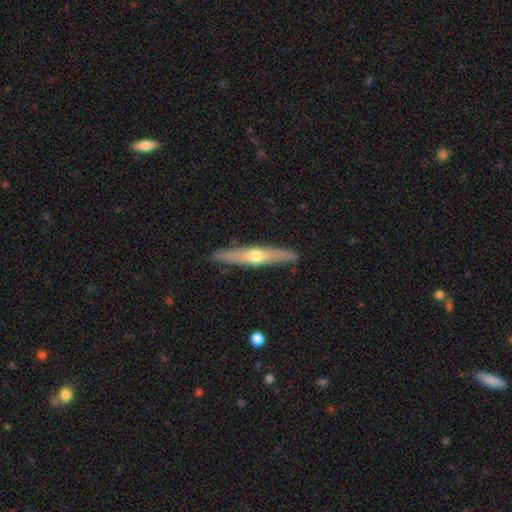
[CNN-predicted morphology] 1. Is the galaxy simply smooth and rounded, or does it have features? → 61% featured or disk, 34% smooth, 5% star or artifact.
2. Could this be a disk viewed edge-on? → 93% yes, 7% no.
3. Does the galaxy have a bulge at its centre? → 91% rounded, 8% none, 2% boxy.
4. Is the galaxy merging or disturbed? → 89% none, 8% minor disturbance, 2% major disturbance, 1% merger.